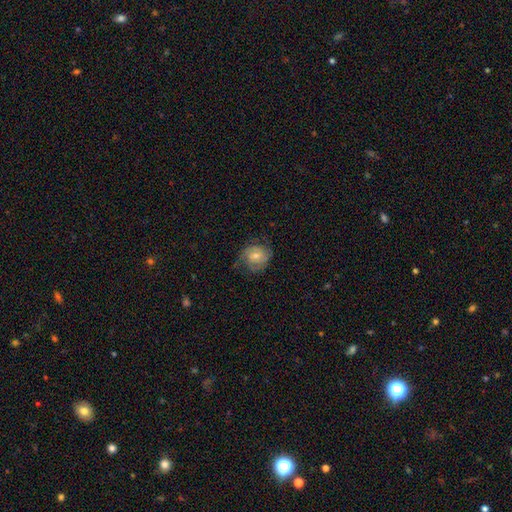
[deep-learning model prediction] The model was most divided on "bulge size": moderate: 53%, small: 41%, large: 3%, none: 2%, dominant: 1%. Remaining: edge-on disk — no (97%); spiral arms — yes (86%); merging — none (71%); bar — no (64%); smooth or featured — featured or disk (61%); spiral winding — tight (53%); spiral arm count — 2 (47%).